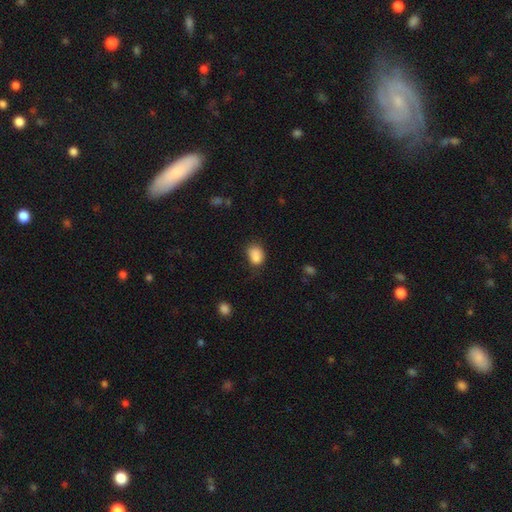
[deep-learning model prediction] Q: Smooth or featured?
A: smooth (85%); runner-up: star or artifact (10%)
Q: How rounded?
A: in between (68%); runner-up: round (31%)
Q: Merging?
A: none (58%); runner-up: minor disturbance (28%)